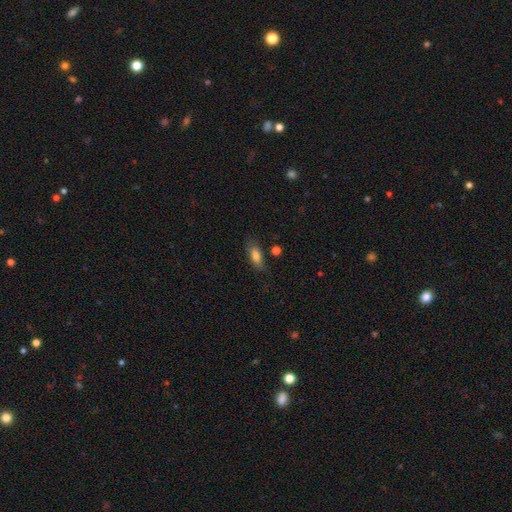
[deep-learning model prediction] Morphology: type=smooth (78%); roundness=in between (72%); merging=none (74%).